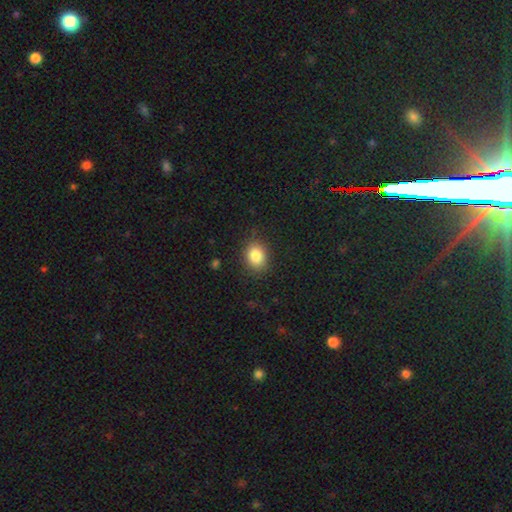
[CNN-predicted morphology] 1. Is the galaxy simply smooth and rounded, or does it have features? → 85% smooth, 10% star or artifact, 6% featured or disk.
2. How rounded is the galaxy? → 50% in between, 49% round, 1% cigar-shaped.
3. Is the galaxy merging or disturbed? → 86% none, 10% minor disturbance, 3% major disturbance, 1% merger.